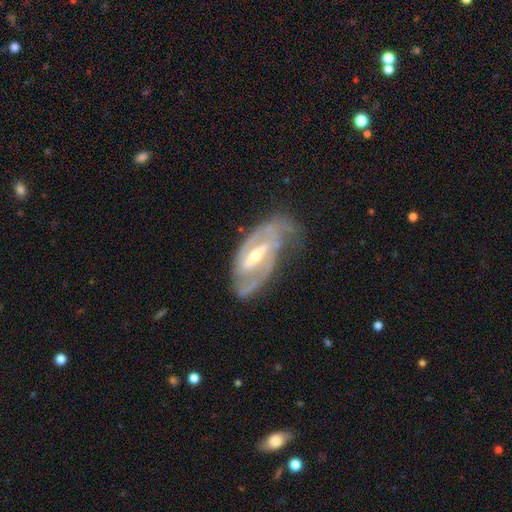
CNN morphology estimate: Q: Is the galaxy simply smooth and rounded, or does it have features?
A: featured or disk — 90%.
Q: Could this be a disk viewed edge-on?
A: no — 95%.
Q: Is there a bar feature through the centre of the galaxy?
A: strong — 60%.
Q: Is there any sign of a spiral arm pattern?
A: yes — 96%.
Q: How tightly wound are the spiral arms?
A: medium — 50%.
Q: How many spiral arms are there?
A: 2 — 86%.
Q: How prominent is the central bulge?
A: small — 50%.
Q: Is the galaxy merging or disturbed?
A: none — 67%.